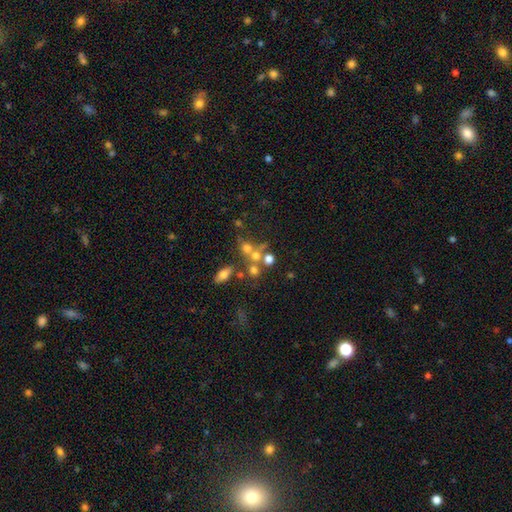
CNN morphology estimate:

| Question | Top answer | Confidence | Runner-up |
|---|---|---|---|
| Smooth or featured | smooth | 56% | featured or disk (23%) |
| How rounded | round | 75% | in between (23%) |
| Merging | merger | 45% | none (37%) |